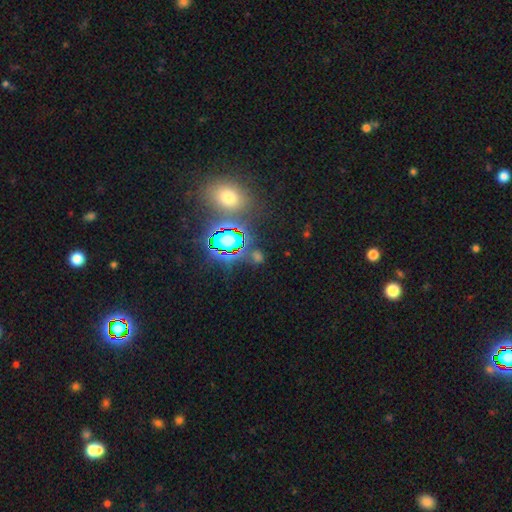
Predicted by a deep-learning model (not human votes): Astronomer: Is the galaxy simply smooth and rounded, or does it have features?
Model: star or artifact — 60%.